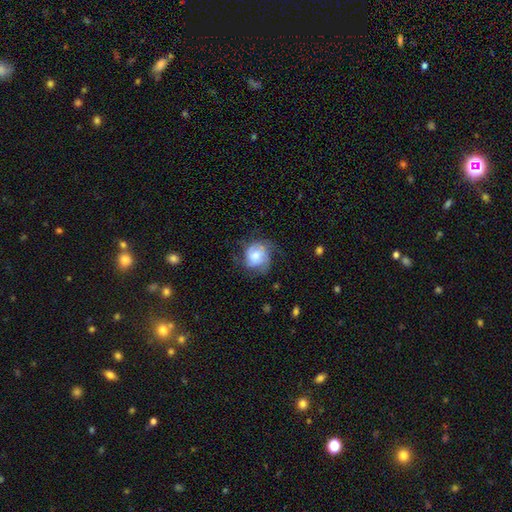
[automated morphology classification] Smooth or featured?
  - featured or disk: 55% *
  - smooth: 38%
  - star or artifact: 8%
Edge-on disk?
  - no: 98% *
  - yes: 2%
Bar?
  - no: 70% *
  - weak: 26%
  - strong: 4%
Spiral arms?
  - yes: 87% *
  - no: 13%
Bulge size?
  - moderate: 42% *
  - small: 27%
  - large: 19%
  - none: 8%
  - dominant: 3%
Merging?
  - none: 57% *
  - minor disturbance: 25%
  - major disturbance: 16%
  - merger: 1%